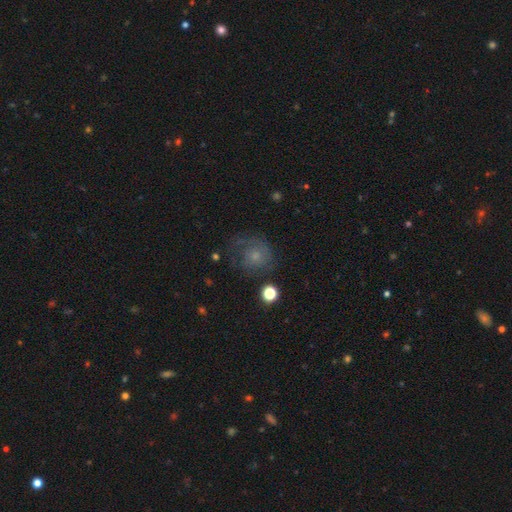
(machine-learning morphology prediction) smooth-or-featured: smooth: 48% | featured or disk: 39% | star or artifact: 14%
  merging: none: 47% | major disturbance: 28% | minor disturbance: 22% | merger: 3%